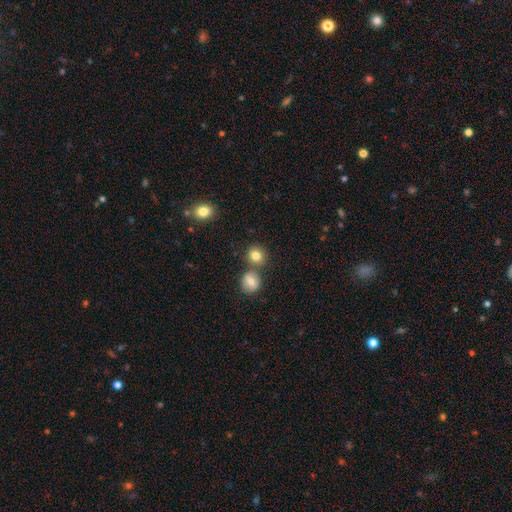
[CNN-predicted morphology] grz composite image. It shows a smooth galaxy with no disk features (81%) that is round (83%). Merging: none (64%).